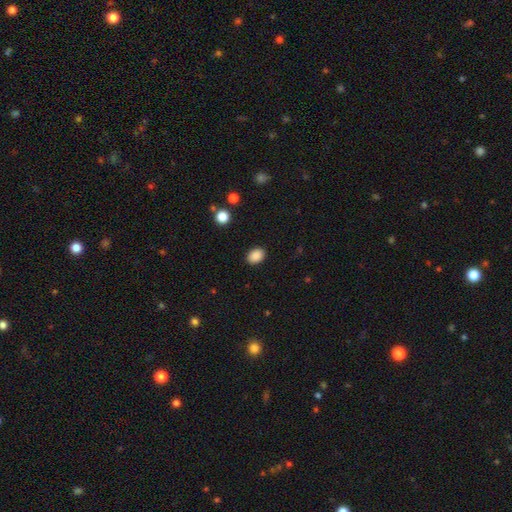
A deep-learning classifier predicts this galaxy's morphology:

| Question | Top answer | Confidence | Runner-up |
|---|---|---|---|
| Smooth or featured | smooth | 88% | star or artifact (9%) |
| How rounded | in between | 72% | round (27%) |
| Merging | none | 90% | minor disturbance (7%) |